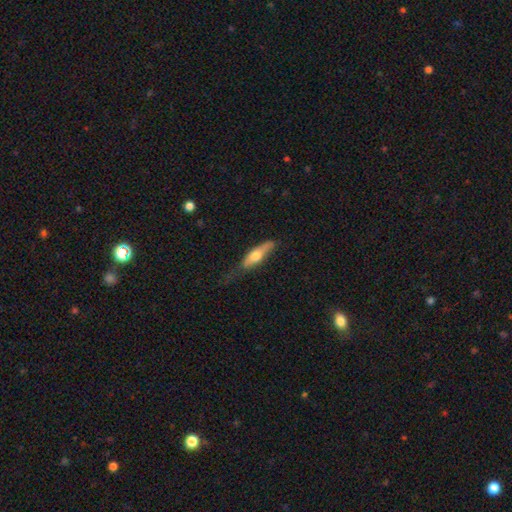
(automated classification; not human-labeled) smooth_or_featured: smooth (p=0.59) [alt: featured or disk p=0.36]
how_rounded: cigar-shaped (p=0.59) [alt: in between p=0.39]
merging: none (p=0.52) [alt: minor disturbance p=0.33]